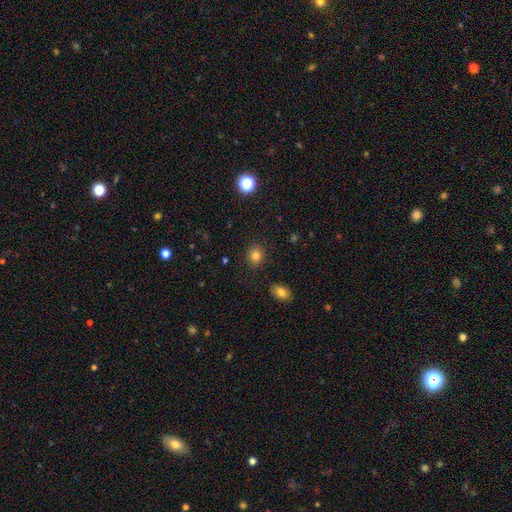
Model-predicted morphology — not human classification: This is clearly a smooth galaxy (82%). How rounded: likely round (71%). Merging: clearly none (88%).